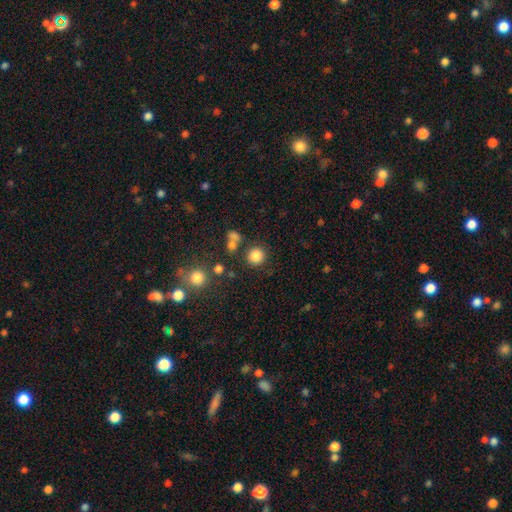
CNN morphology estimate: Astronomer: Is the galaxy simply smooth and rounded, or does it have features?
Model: smooth — 82%.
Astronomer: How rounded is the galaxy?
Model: round — 91%.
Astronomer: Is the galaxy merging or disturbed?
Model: none — 78%.